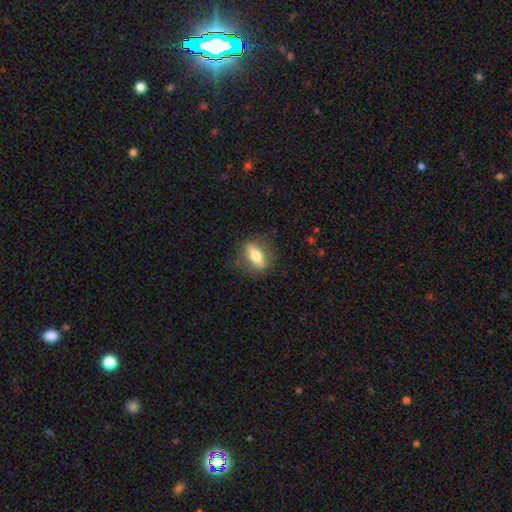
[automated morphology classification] This is possibly a smooth galaxy (53%). How rounded: possibly in between (57%). Merging: likely none (80%).